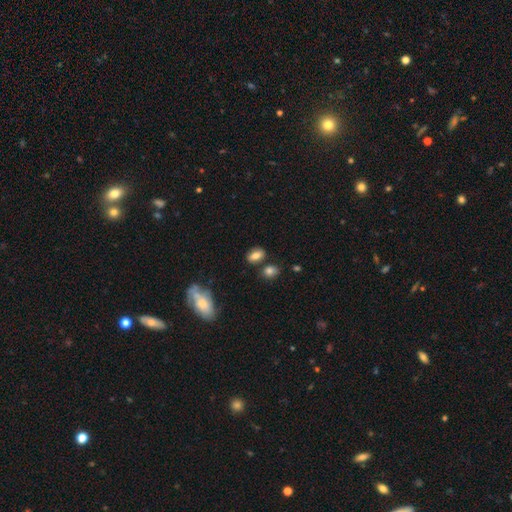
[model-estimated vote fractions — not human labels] This appears to be a smooth galaxy with no disk features (78%) that is in between round and cigar-shaped (82%). Merging: none (74%).